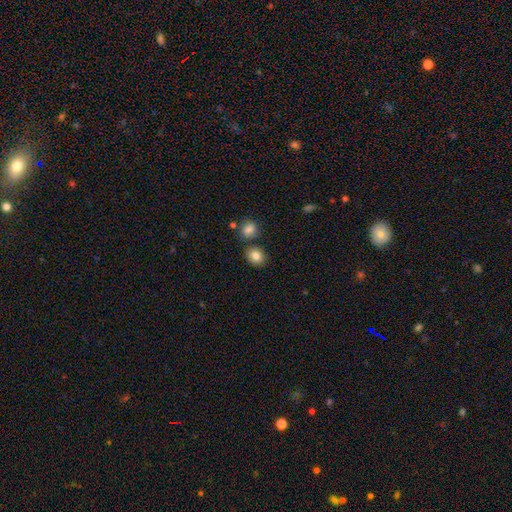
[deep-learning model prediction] Smooth or featured? smooth (83%)
How rounded? round (60%)
Merging? none (76%)